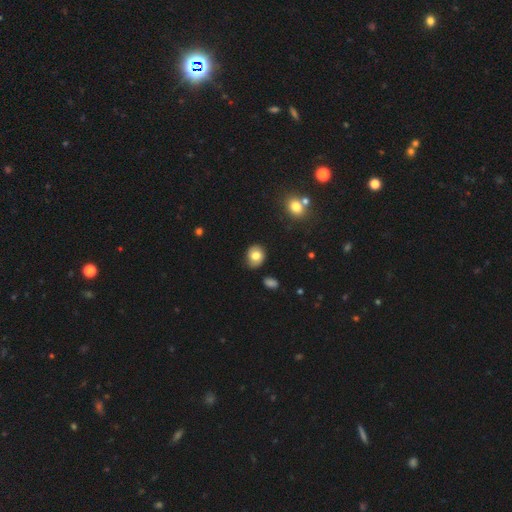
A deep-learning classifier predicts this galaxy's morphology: Smooth or featured: smooth — 77% (featured or disk — 14%)
How rounded: round — 62% (in between — 37%)
Merging: none — 82% (minor disturbance — 13%)